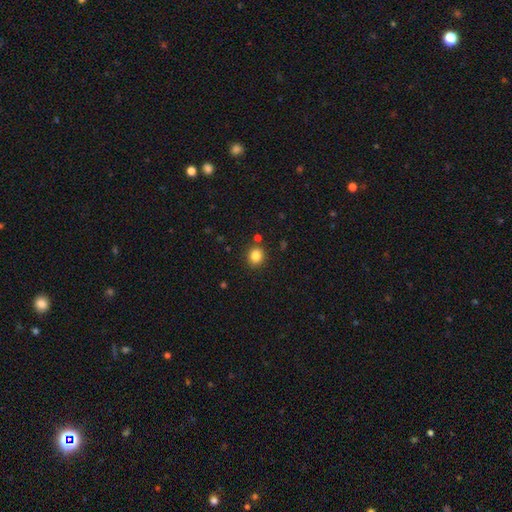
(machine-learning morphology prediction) smooth_or_featured: smooth (p=0.84) [alt: star or artifact p=0.12]
how_rounded: round (p=0.79) [alt: in between p=0.20]
merging: none (p=0.87) [alt: minor disturbance p=0.07]